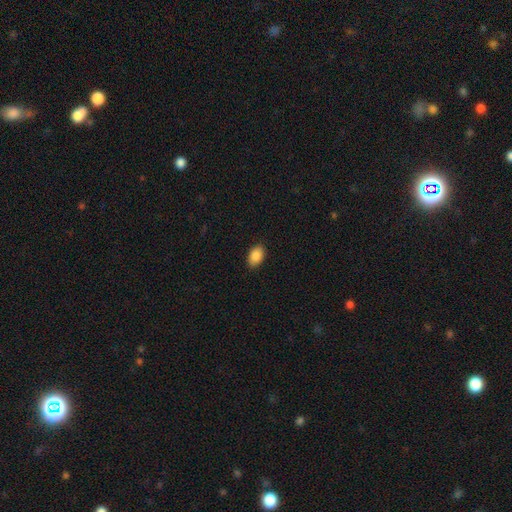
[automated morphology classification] The model was most divided on "how rounded": in between: 89%, round: 10%, cigar-shaped: 1%. More confident: merging — none (89%); smooth or featured — smooth (88%).